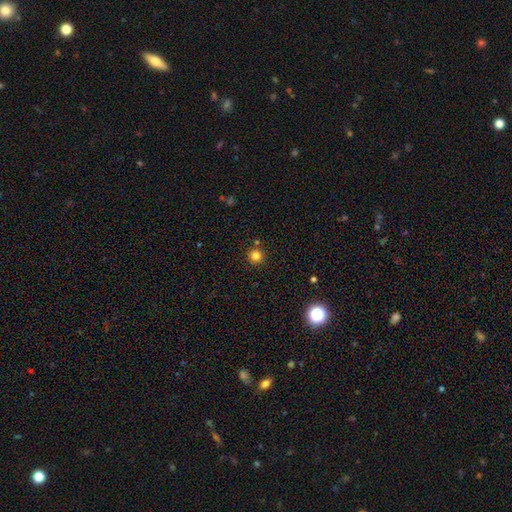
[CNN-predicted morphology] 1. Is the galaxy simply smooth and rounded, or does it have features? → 80% smooth, 15% star or artifact, 5% featured or disk.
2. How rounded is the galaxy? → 95% round, 4% in between, 1% cigar-shaped.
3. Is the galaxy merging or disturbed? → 86% none, 6% minor disturbance, 5% merger, 2% major disturbance.